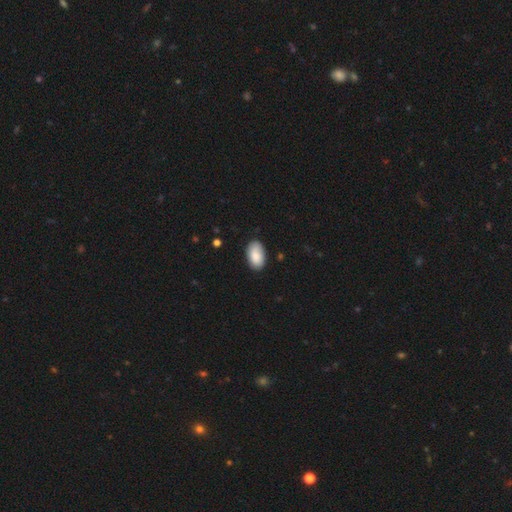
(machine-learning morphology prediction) type=smooth (85%); roundness=in between (94%); merging=none (81%).